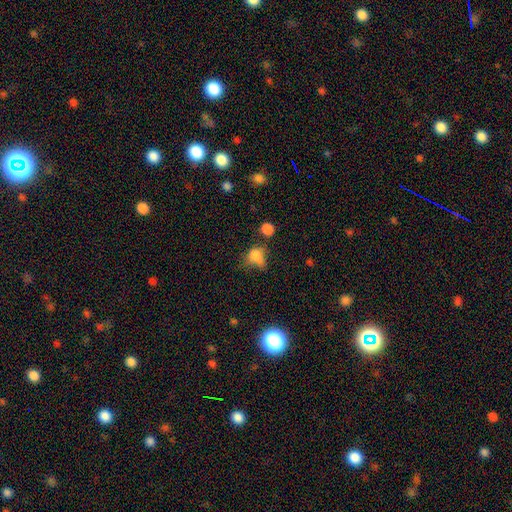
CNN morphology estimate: Smooth or featured? smooth (75%)
How rounded? round (53%)
Merging? none (36%)